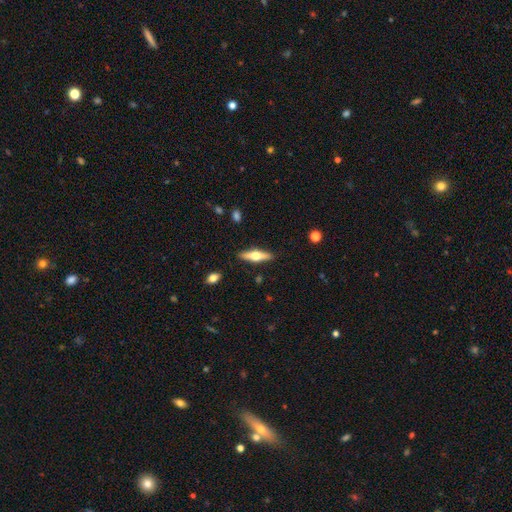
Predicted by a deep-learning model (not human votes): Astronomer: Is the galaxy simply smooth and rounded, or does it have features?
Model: featured or disk — 57% (runner-up: smooth, 37%).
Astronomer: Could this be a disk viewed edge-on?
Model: yes — 94%.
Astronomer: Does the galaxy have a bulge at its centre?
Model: rounded — 95%.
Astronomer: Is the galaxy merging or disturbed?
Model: none — 89%.